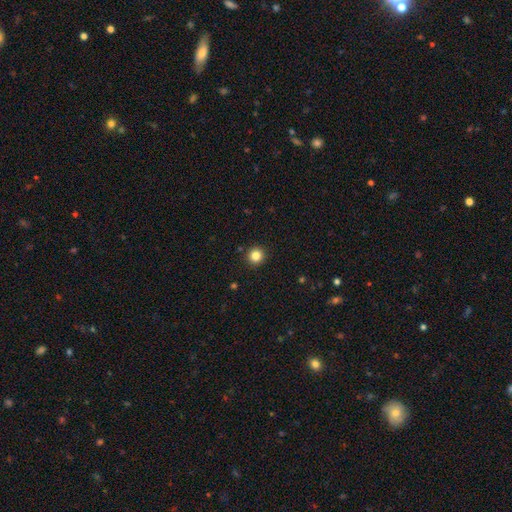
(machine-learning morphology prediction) A smooth galaxy with no disk features (83%) that is round (95%). Merging: none (93%).